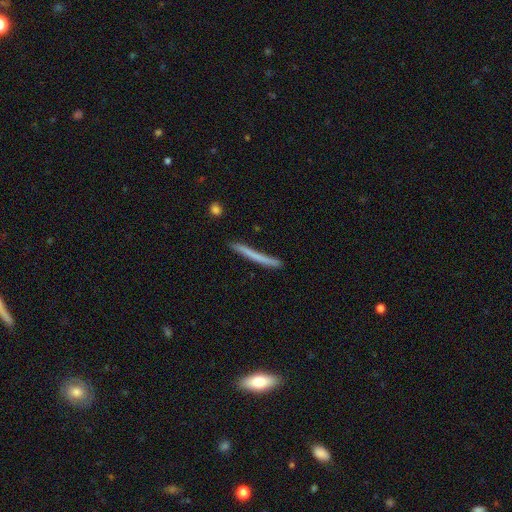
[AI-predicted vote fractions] Smooth or featured?
  - smooth: 62% *
  - featured or disk: 32%
  - star or artifact: 7%
How rounded?
  - cigar-shaped: 97% *
  - in between: 2%
  - round: 1%
Merging?
  - none: 84% *
  - minor disturbance: 12%
  - major disturbance: 2%
  - merger: 2%